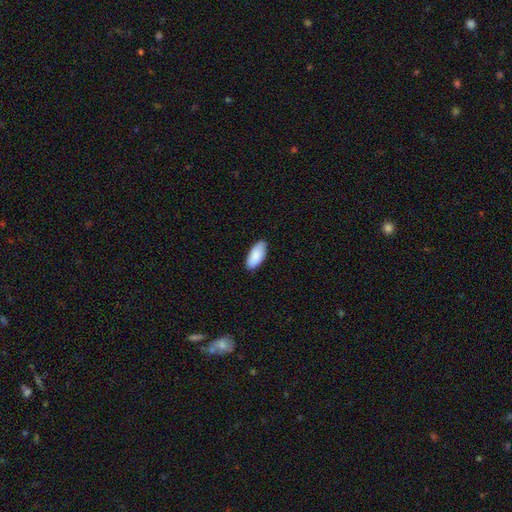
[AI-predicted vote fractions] smooth_or_featured: smooth (p=0.86) [alt: featured or disk p=0.08]
how_rounded: in between (p=0.92) [alt: cigar-shaped p=0.07]
merging: none (p=0.84) [alt: minor disturbance p=0.13]